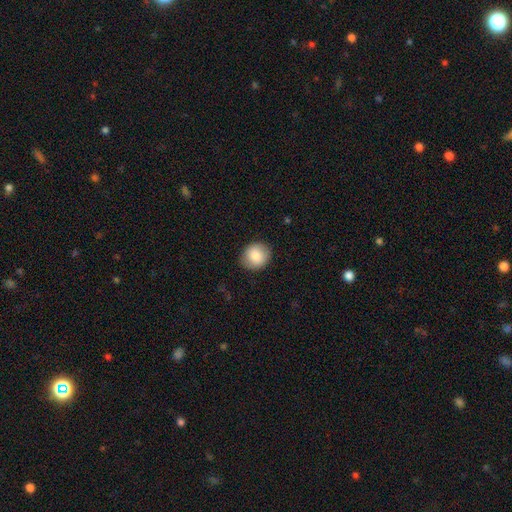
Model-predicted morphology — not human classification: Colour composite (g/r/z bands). It shows a smooth galaxy with no disk features (83%) that is round (73%). Merging: none (87%).